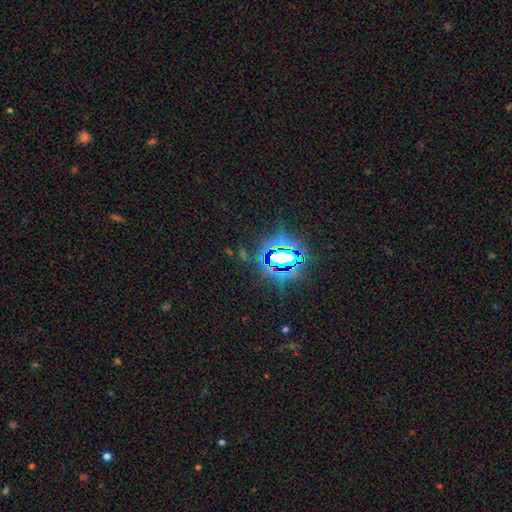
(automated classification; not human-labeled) A star or artifact, not a galaxy (82%).